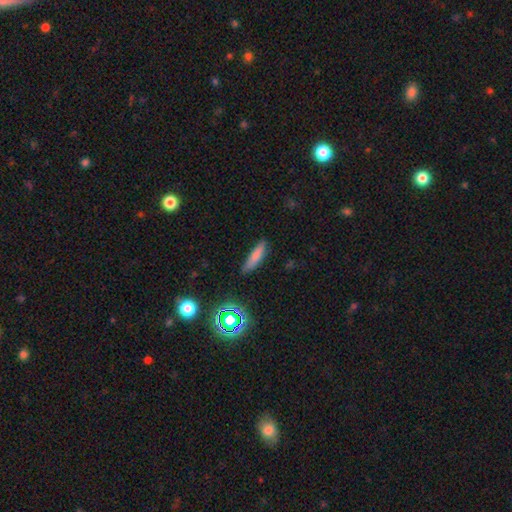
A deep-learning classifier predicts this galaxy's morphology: Smooth or featured: smooth — 73% (featured or disk — 15%)
How rounded: cigar-shaped — 72% (in between — 26%)
Merging: none — 79% (minor disturbance — 15%)